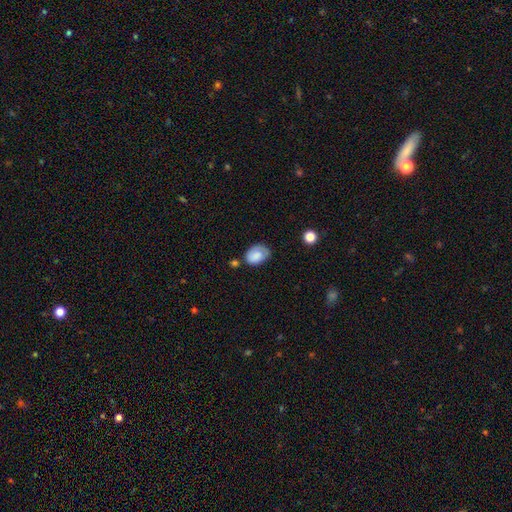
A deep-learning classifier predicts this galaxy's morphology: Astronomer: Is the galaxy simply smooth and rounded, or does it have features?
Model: smooth — 77%.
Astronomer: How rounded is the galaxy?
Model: in between — 80%.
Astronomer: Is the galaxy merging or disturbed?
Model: none — 54% (runner-up: minor disturbance, 30%).